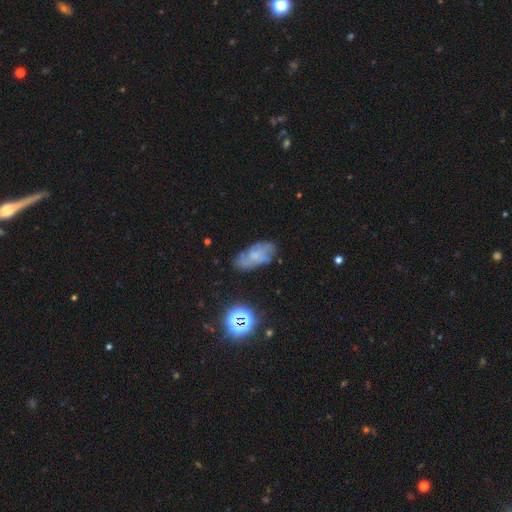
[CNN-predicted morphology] A featured or disk galaxy (46%). Merging: none (63%).